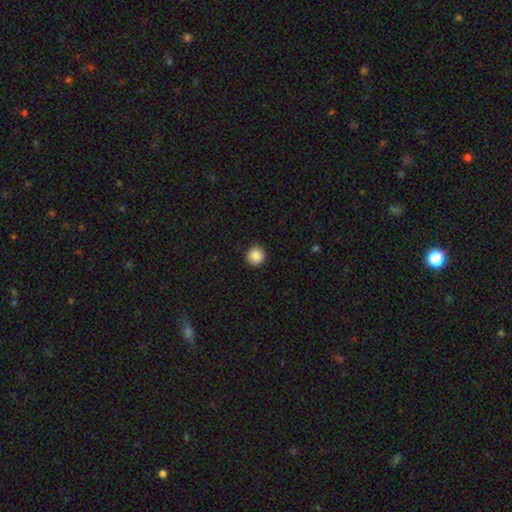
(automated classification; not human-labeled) Smooth or featured? smooth (88%)
How rounded? round (94%)
Merging? none (91%)